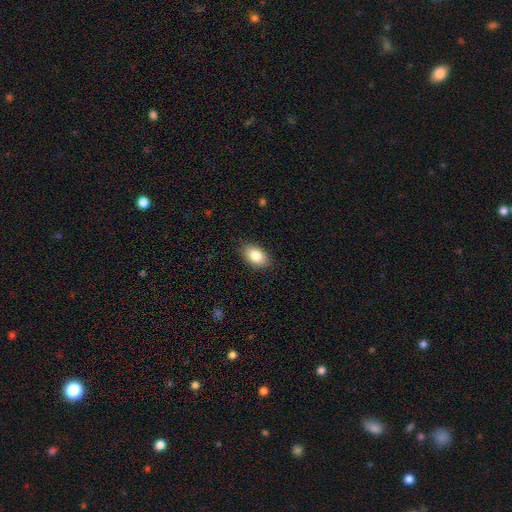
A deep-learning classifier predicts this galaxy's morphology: Smooth or featured: smooth — 83% (featured or disk — 9%)
How rounded: in between — 89% (round — 9%)
Merging: none — 85% (minor disturbance — 11%)